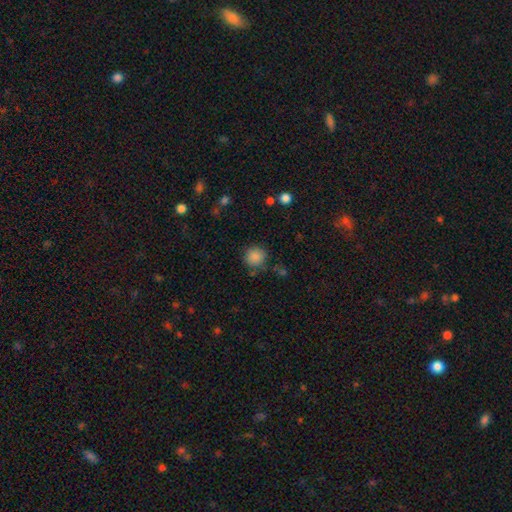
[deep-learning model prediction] smooth-or-featured: smooth: 86% | star or artifact: 10% | featured or disk: 4%
  how-rounded: round: 92% | in between: 7% | cigar-shaped: 1%
  merging: none: 83% | minor disturbance: 11% | major disturbance: 4% | merger: 3%